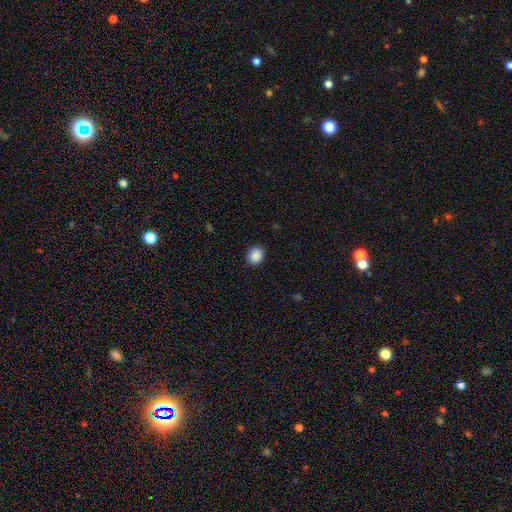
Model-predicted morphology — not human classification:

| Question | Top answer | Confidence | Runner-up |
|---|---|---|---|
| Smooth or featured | smooth | 89% | star or artifact (9%) |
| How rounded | round | 64% | in between (35%) |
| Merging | none | 90% | minor disturbance (7%) |